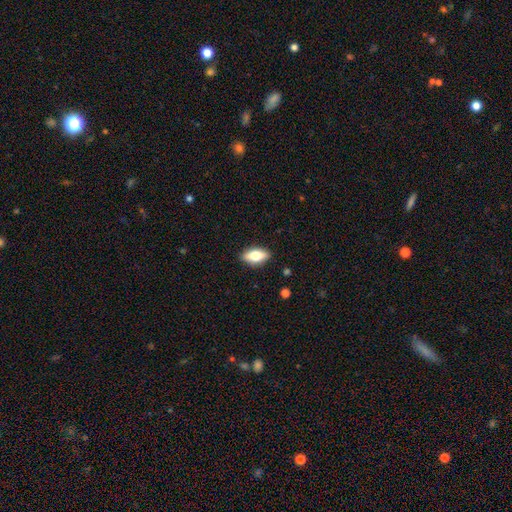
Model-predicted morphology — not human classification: Smooth or featured?
  - smooth: 69% *
  - featured or disk: 24%
  - star or artifact: 7%
How rounded?
  - in between: 85% *
  - cigar-shaped: 11%
  - round: 5%
Merging?
  - none: 88% *
  - minor disturbance: 9%
  - major disturbance: 2%
  - merger: 1%